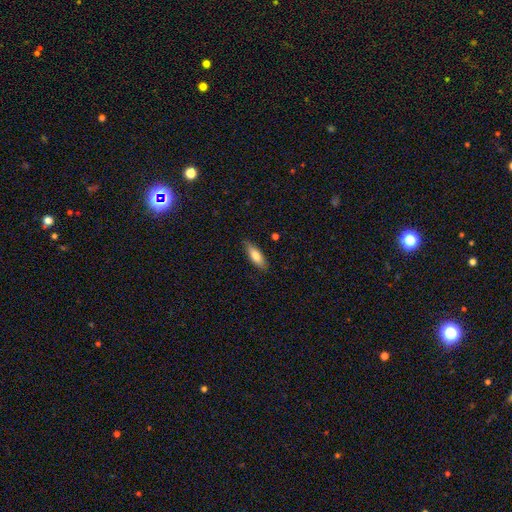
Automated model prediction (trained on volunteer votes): Morphology: type=smooth (73%); roundness=in between (57%); merging=none (84%).